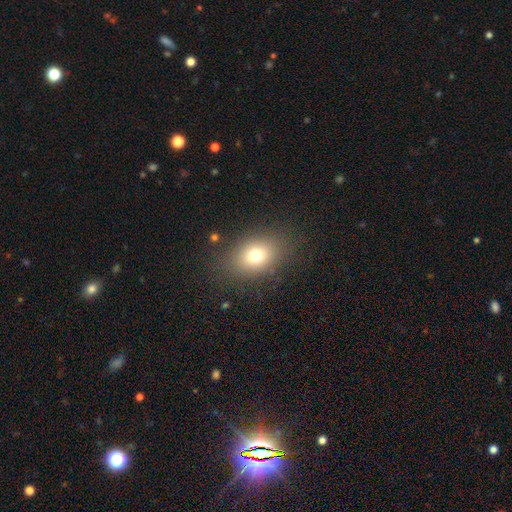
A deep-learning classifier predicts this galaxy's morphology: The model was most divided on "how rounded": in between: 67%, round: 32%, cigar-shaped: 1%. More confident: merging — none (82%); smooth or featured — smooth (73%).